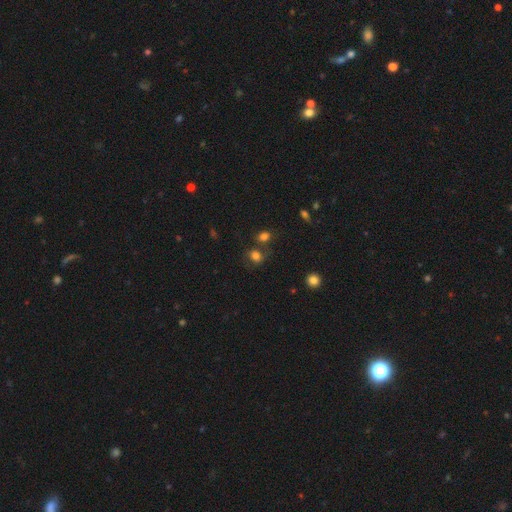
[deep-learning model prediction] Overall: smooth (74%). How rounded: round (60%; in between 39%). Merging: none (58%; merger 19%).